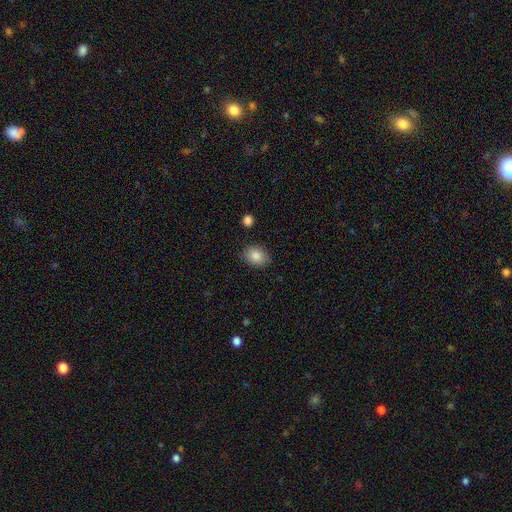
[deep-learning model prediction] Smooth or featured? Predicted: smooth (p=0.85). How rounded? Predicted: in between (p=0.61). Merging? Predicted: none (p=0.81).